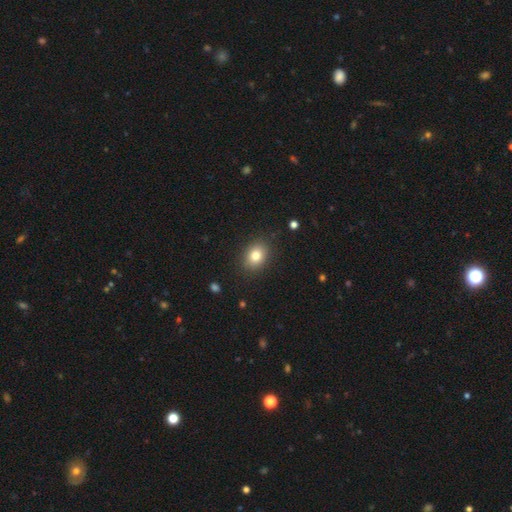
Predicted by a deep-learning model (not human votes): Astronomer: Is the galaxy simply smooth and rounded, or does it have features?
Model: smooth — 81%.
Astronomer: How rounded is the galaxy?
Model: in between — 58% (runner-up: round, 41%).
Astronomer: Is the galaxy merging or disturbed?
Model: none — 88%.